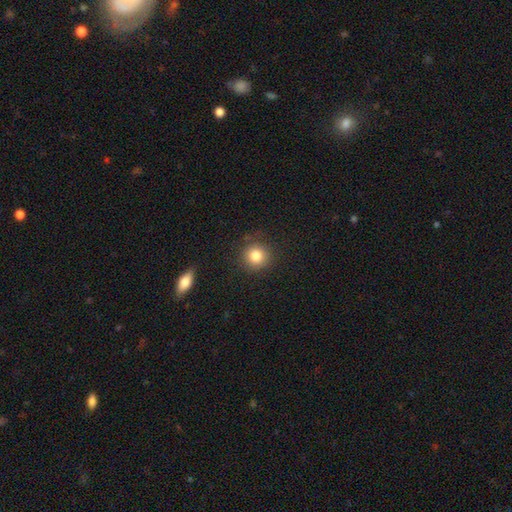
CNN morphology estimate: Overall: smooth (82%). How rounded: round (92%). Merging: none (87%).